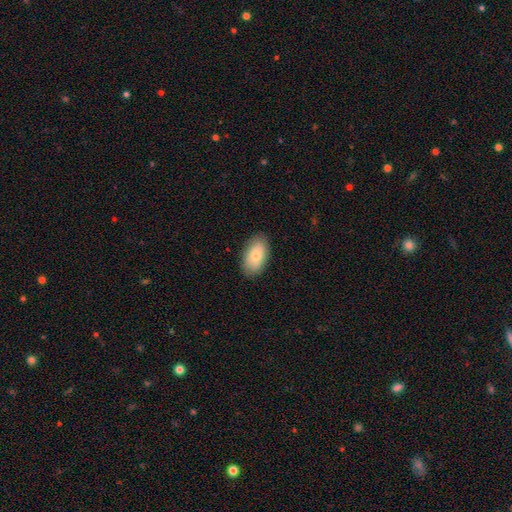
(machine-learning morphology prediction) smooth 78%, featured or disk 16%, star or artifact 6%. Down the decision tree: how rounded — in between (94%); merging — none (86%).